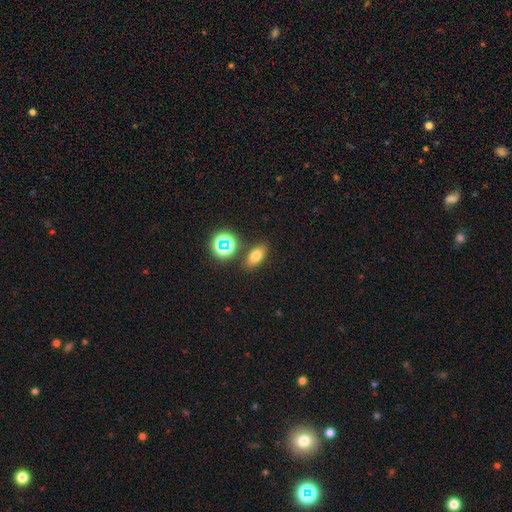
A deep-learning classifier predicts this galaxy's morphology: Smooth or featured: smooth — 71% (star or artifact — 18%)
How rounded: in between — 79% (round — 14%)
Merging: none — 82% (minor disturbance — 9%)